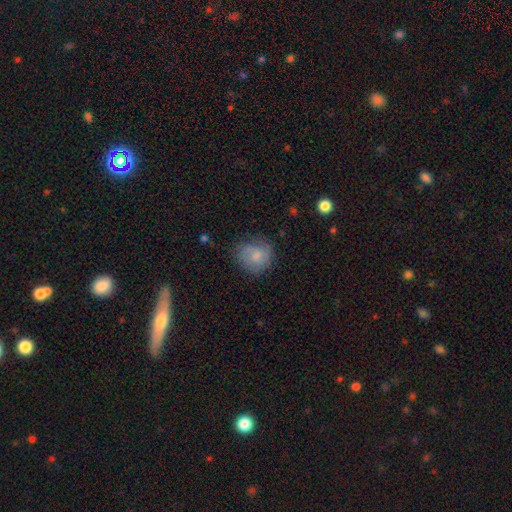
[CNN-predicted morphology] A smooth galaxy with no disk features (72%) that is round (75%). Merging: none (58%).